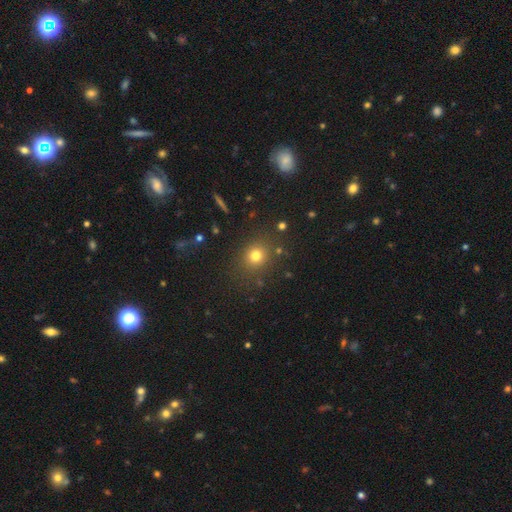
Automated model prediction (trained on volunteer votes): smooth_or_featured: smooth (p=0.76) [alt: star or artifact p=0.16]
how_rounded: round (p=0.79) [alt: in between p=0.20]
merging: none (p=0.83) [alt: minor disturbance p=0.10]